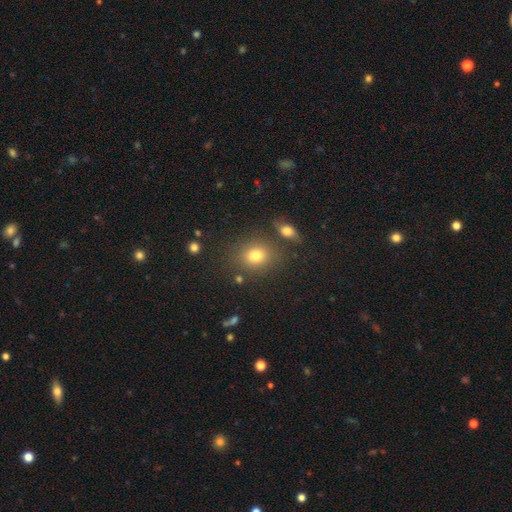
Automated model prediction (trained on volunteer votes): The model was most divided on "how rounded": round: 69%, in between: 30%, cigar-shaped: 1%. More confident: smooth or featured — smooth (77%); merging — none (77%).